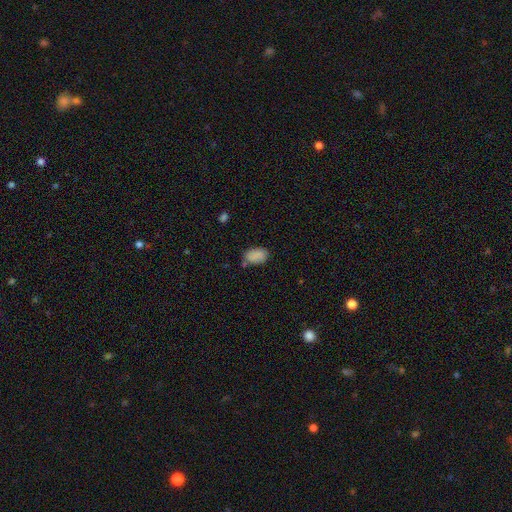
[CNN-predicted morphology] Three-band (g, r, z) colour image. It shows a smooth galaxy with no disk features (87%) that is in between round and cigar-shaped (88%). Merging: none (70%).